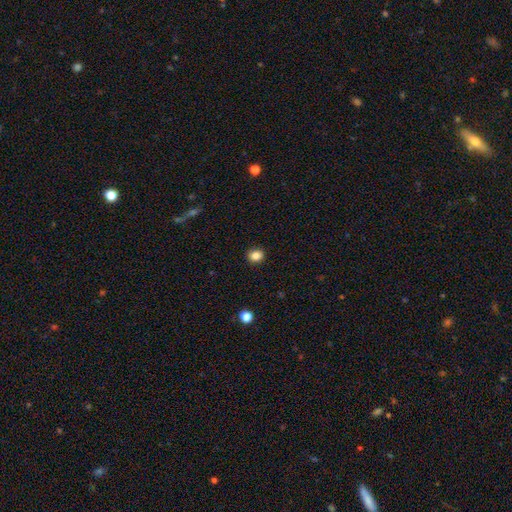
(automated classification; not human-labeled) A smooth galaxy with no disk features (85%) that is round (70%).

Vote fractions:
- Smooth or featured? smooth: 85% / star or artifact: 11% / featured or disk: 4%
- How rounded? round: 70% / in between: 29% / cigar-shaped: 1%
- Merging? none: 91% / minor disturbance: 6% / major disturbance: 2% / merger: 1%